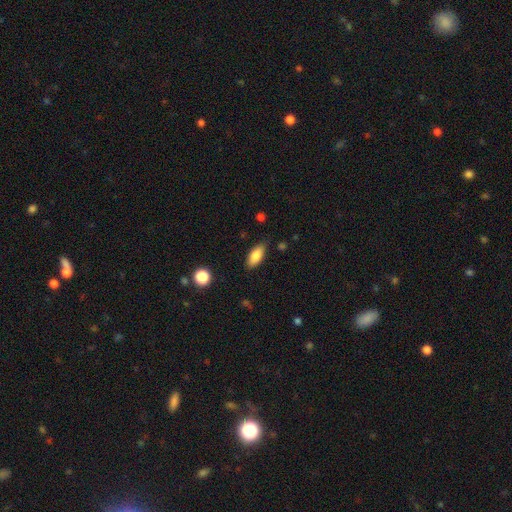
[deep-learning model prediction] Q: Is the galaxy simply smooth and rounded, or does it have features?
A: smooth — 83%.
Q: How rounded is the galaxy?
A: in between — 85%.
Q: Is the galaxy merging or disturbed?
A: none — 81%.